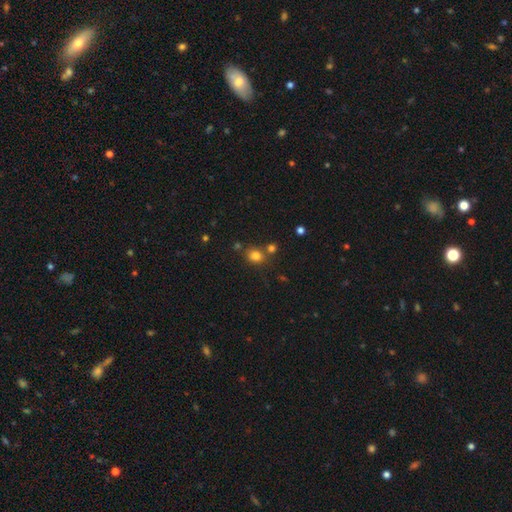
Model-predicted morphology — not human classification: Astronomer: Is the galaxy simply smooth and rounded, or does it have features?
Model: smooth — 78%.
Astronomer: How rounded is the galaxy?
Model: round — 68%.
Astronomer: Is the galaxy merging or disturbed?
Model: none — 67%.